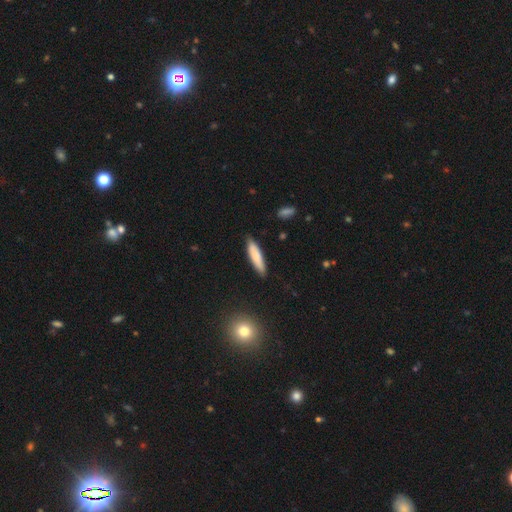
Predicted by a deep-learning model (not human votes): smooth-or-featured: smooth: 79% | featured or disk: 14% | star or artifact: 6%
  how-rounded: cigar-shaped: 76% | in between: 23% | round: 1%
  merging: none: 84% | minor disturbance: 12% | major disturbance: 2% | merger: 1%